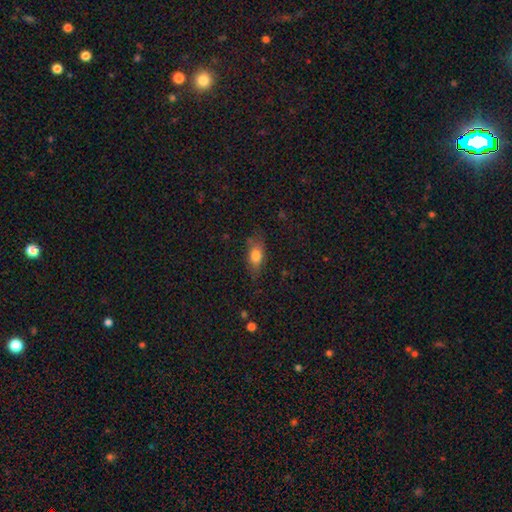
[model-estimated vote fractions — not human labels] This appears to be a smooth galaxy with no disk features (75%) that is in between round and cigar-shaped (78%). Merging: none (73%).